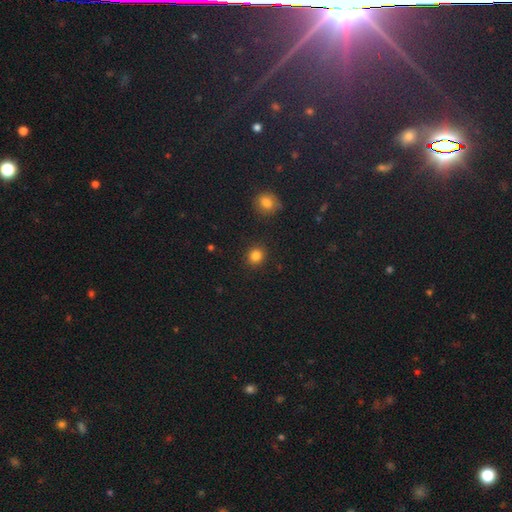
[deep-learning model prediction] Morphology: type=smooth (84%); roundness=round (84%); merging=none (90%).